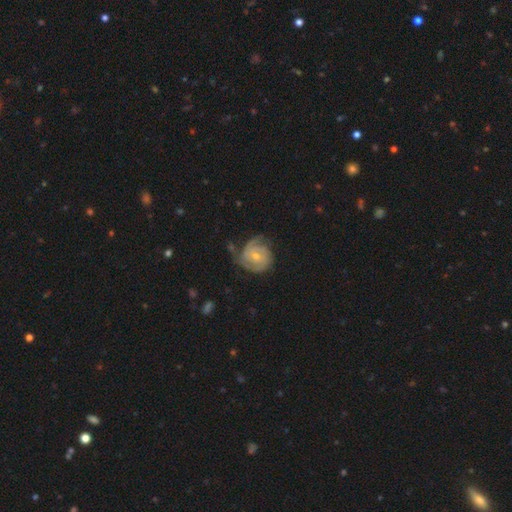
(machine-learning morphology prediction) type=featured or disk (79%); edge-on=no (98%); bar=no (56%); spiral arms=yes (93%); winding=tight (62%); arm count=2 (39%); bulge=small (54%); merging=none (54%).